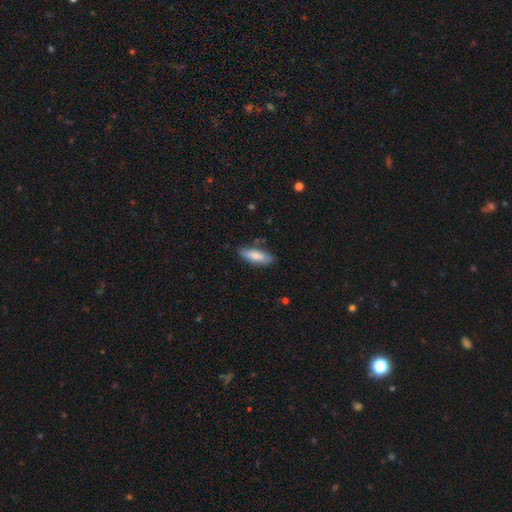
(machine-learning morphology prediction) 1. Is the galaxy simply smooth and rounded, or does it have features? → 81% smooth, 13% featured or disk, 6% star or artifact.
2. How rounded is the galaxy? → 60% in between, 39% cigar-shaped, 2% round.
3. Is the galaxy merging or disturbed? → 81% none, 14% minor disturbance, 3% major disturbance, 2% merger.